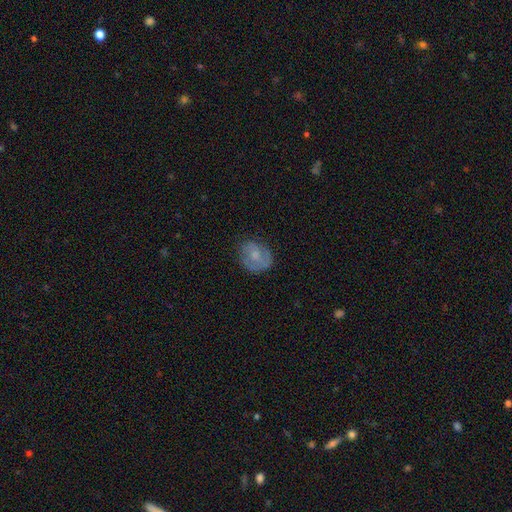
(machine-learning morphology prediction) This is possibly a smooth galaxy (57%). How rounded: likely round (62%). Merging: likely none (66%).